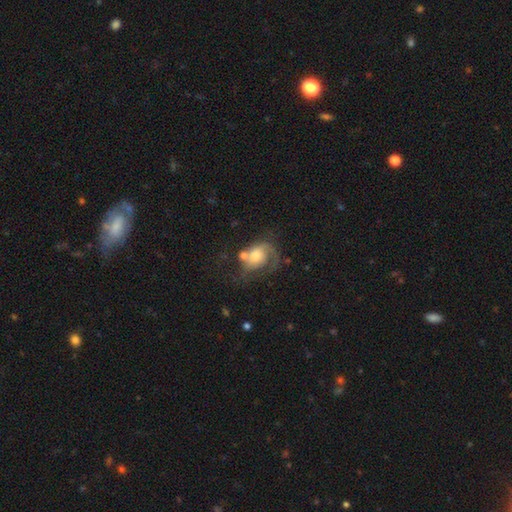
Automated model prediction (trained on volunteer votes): Smooth or featured: featured or disk — 58% (smooth — 34%)
Edge-on disk: no — 97% (yes — 3%)
Bar: no — 77% (weak — 20%)
Spiral arms: yes — 80% (no — 20%)
Bulge size: moderate — 53% (small — 20%)
Merging: none — 34% (major disturbance — 31%)